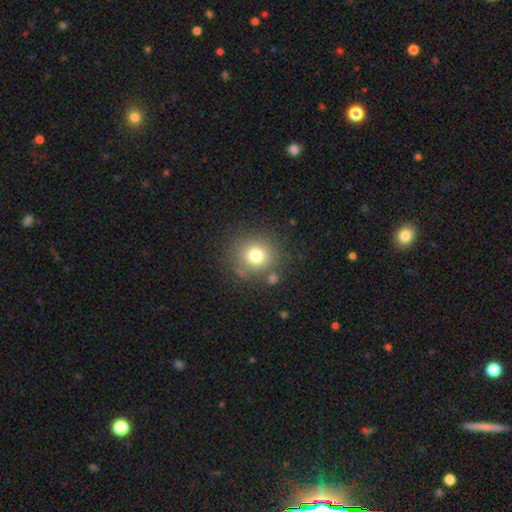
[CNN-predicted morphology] Smooth or featured? Predicted: smooth (p=0.76). How rounded? Predicted: round (p=0.87). Merging? Predicted: none (p=0.78).